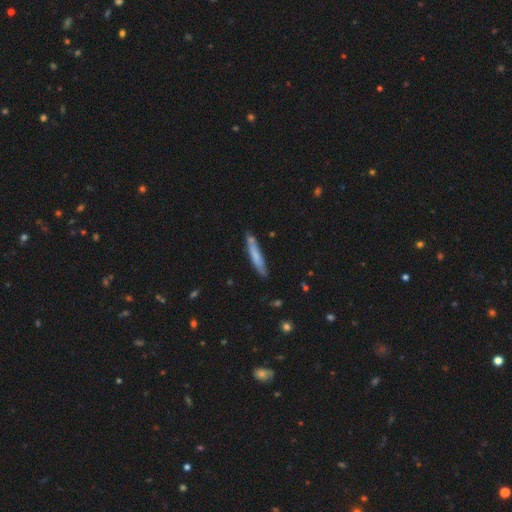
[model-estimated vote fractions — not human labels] smooth 67%, featured or disk 27%, star or artifact 6%. Down the decision tree: how rounded — cigar-shaped (93%); merging — none (77%).